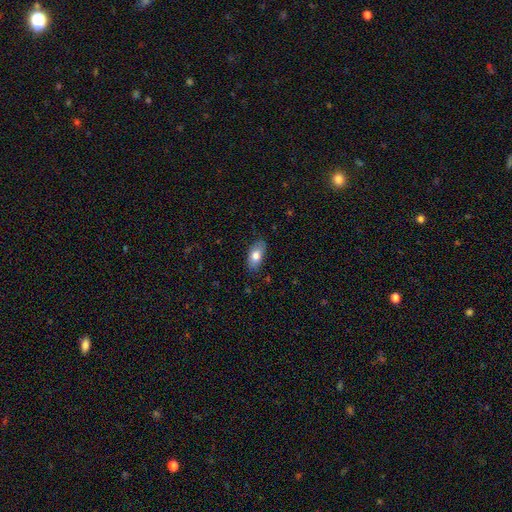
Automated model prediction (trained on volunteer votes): Smooth or featured?
  - smooth: 78% *
  - featured or disk: 16%
  - star or artifact: 7%
How rounded?
  - in between: 90% *
  - cigar-shaped: 5%
  - round: 5%
Merging?
  - none: 79% *
  - minor disturbance: 16%
  - major disturbance: 3%
  - merger: 1%